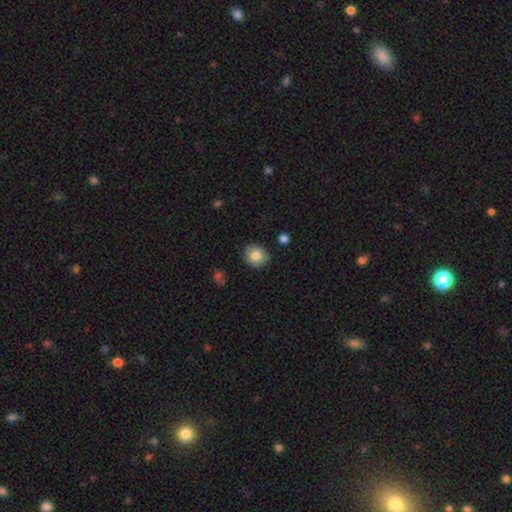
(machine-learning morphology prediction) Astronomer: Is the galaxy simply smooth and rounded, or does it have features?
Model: smooth — 78%.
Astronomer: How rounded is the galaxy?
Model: round — 69%.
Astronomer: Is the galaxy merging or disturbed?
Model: none — 85%.